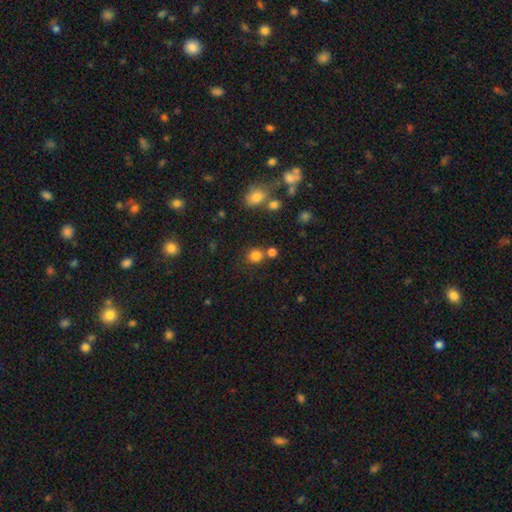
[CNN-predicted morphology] This is clearly a smooth galaxy (80%). How rounded: clearly round (86%). Merging: likely none (70%).